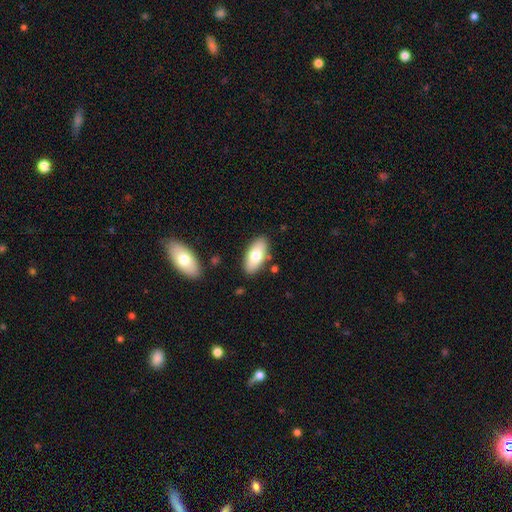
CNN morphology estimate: This is likely a smooth galaxy (74%). How rounded: clearly in between (90%). Merging: clearly none (83%).